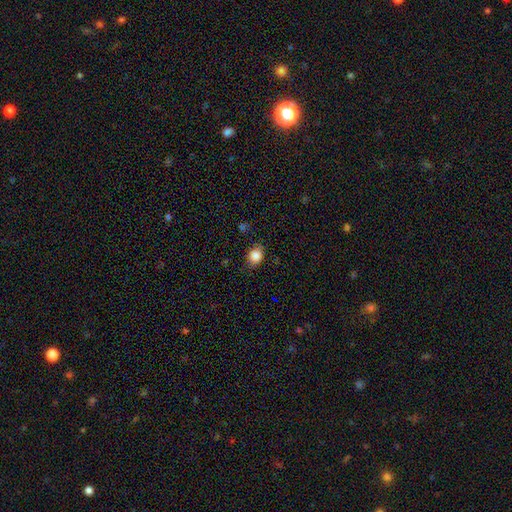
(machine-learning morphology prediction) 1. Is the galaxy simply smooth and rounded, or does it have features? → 85% smooth, 10% star or artifact, 5% featured or disk.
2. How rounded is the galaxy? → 52% round, 47% in between, 1% cigar-shaped.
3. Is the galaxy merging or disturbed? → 80% none, 15% minor disturbance, 3% major disturbance, 1% merger.